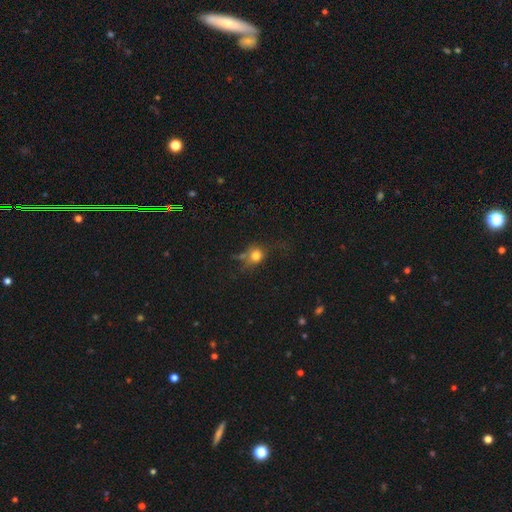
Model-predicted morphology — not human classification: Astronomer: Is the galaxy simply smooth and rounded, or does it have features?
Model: smooth — 73%.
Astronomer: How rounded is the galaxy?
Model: round — 73%.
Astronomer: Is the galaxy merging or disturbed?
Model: none — 53%.